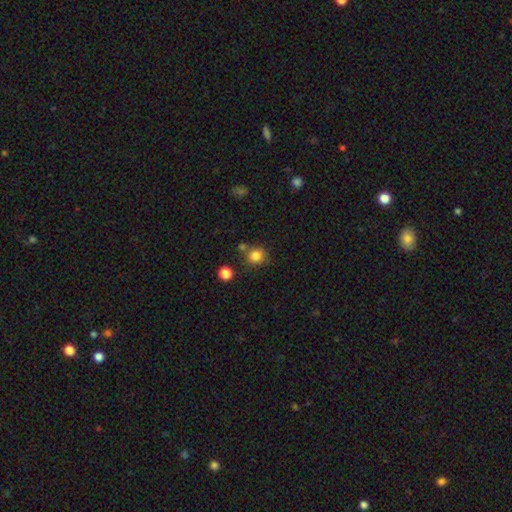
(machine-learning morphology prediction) Q: Smooth or featured?
A: smooth (84%); runner-up: star or artifact (11%)
Q: How rounded?
A: round (86%); runner-up: in between (13%)
Q: Merging?
A: none (74%); runner-up: minor disturbance (11%)